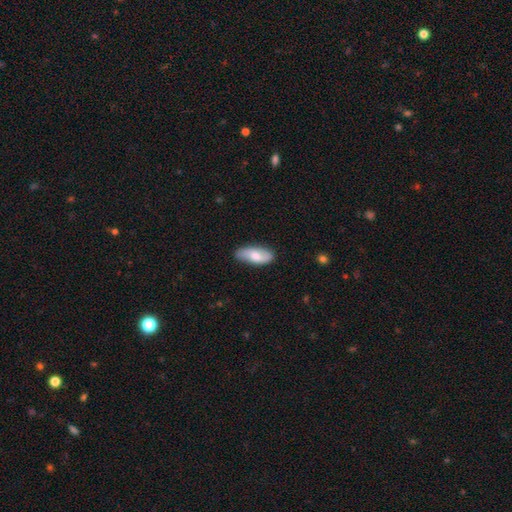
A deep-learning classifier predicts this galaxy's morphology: A smooth galaxy with no disk features (63%) that is in between round and cigar-shaped (85%).

Vote fractions:
- Smooth or featured? smooth: 63% / featured or disk: 31% / star or artifact: 5%
- How rounded? in between: 85% / cigar-shaped: 13% / round: 3%
- Merging? none: 81% / minor disturbance: 15% / major disturbance: 3% / merger: 1%